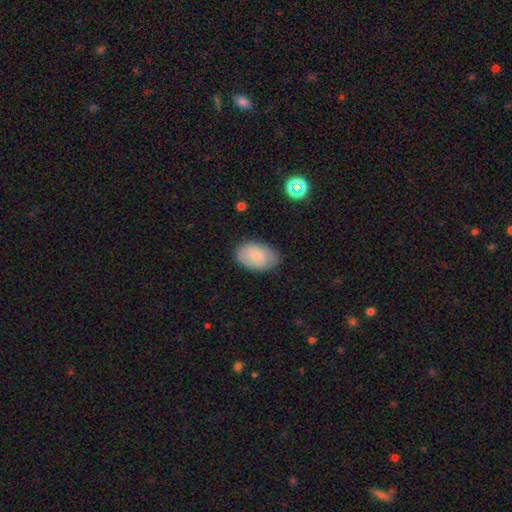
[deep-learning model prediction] smooth 79%, featured or disk 14%, star or artifact 7%. Down the decision tree: how rounded — in between (93%); merging — none (80%).